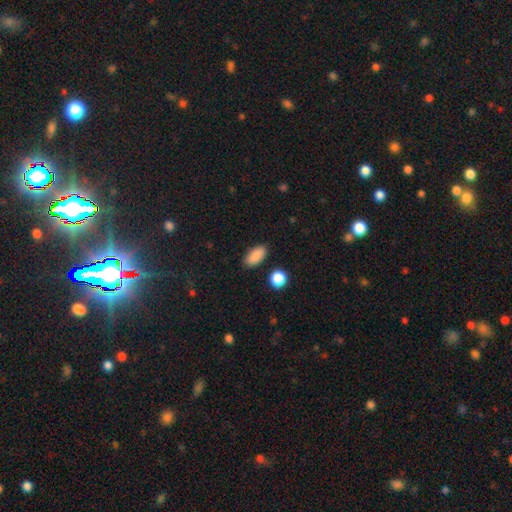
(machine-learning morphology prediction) The model was most divided on "merging": none: 87%, minor disturbance: 9%, major disturbance: 2%, merger: 2%. More confident: how rounded — in between (90%); smooth or featured — smooth (88%).